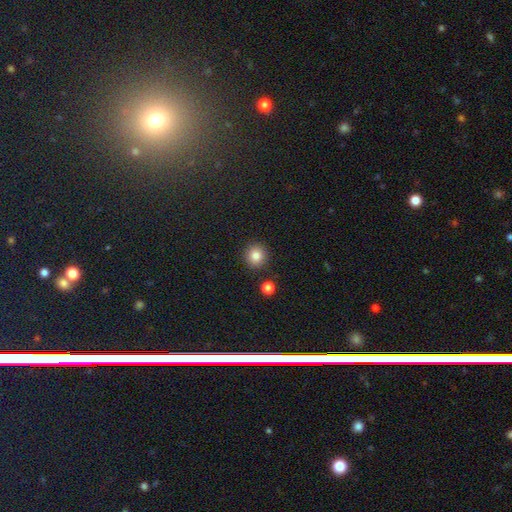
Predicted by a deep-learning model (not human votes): Q: Smooth or featured?
A: smooth (84%); runner-up: star or artifact (10%)
Q: How rounded?
A: round (92%); runner-up: in between (7%)
Q: Merging?
A: none (89%); runner-up: minor disturbance (6%)